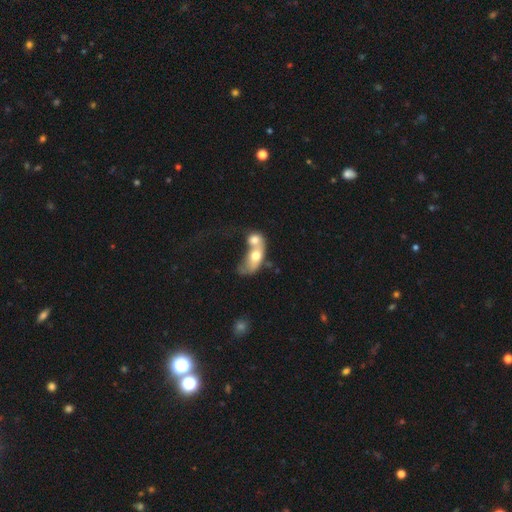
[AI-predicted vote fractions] A smooth galaxy with no disk features (61%) that is in between round and cigar-shaped (74%). Merging: merger (78%).